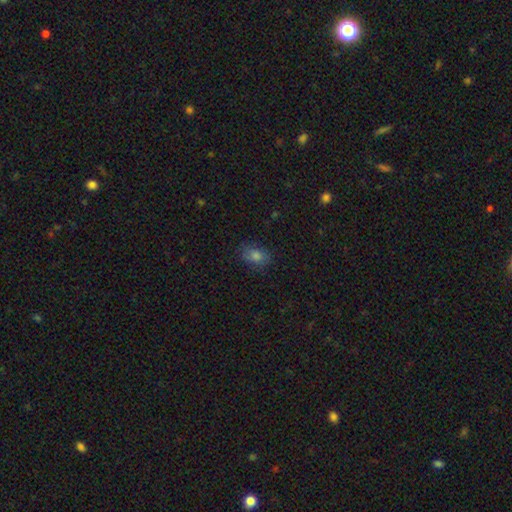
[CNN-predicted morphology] A smooth galaxy with no disk features (78%) that is in between round and cigar-shaped (76%). Merging: none (81%).